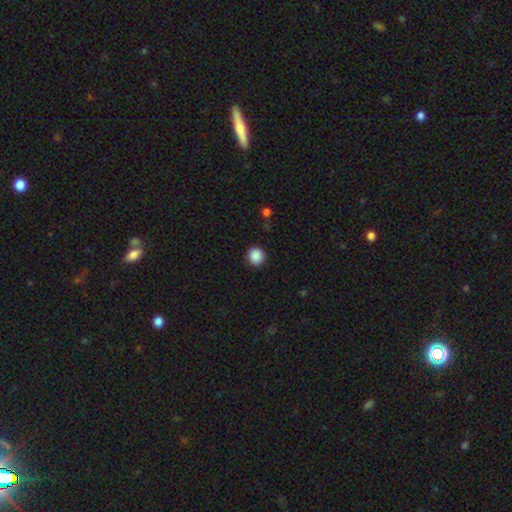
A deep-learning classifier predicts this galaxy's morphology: A smooth galaxy with no disk features (88%) that is round (94%). Merging: none (91%).